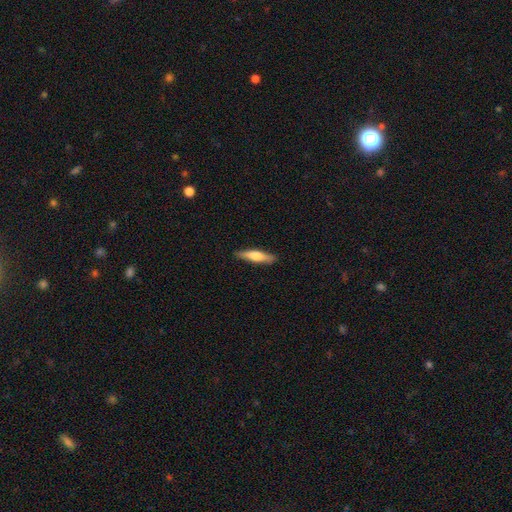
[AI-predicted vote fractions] smooth-or-featured: smooth: 56% | featured or disk: 38% | star or artifact: 6%
  how-rounded: cigar-shaped: 79% | in between: 20% | round: 2%
  merging: none: 87% | minor disturbance: 10% | major disturbance: 2% | merger: 1%